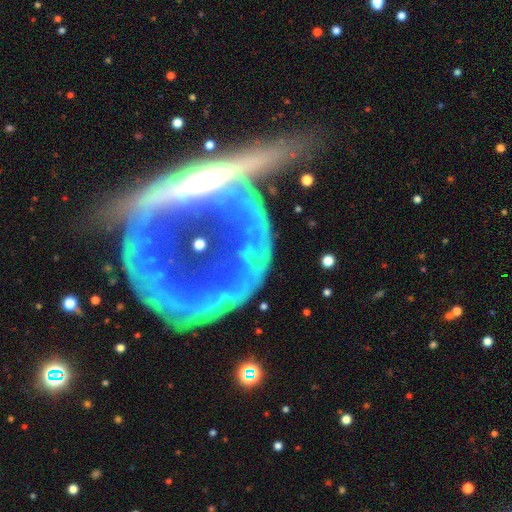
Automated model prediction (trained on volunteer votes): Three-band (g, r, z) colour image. It shows a featured or disk galaxy (72%) with no bar (57%), no spiral arms (68%) and a small central bulge (39%). Merging: major disturbance (56%).